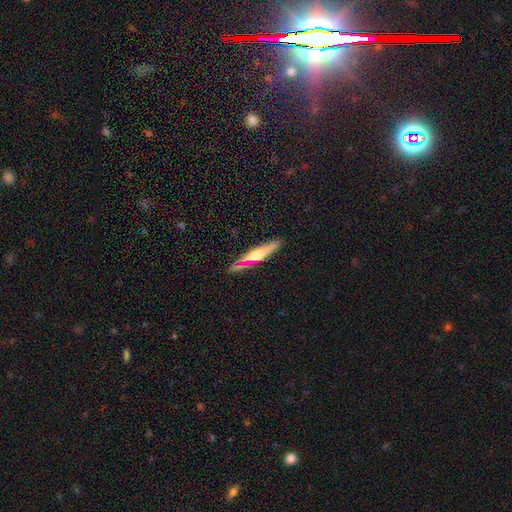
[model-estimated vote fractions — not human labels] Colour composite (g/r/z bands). It shows a featured or disk galaxy (52%) viewed edge-on (93%). Merging: none (84%).